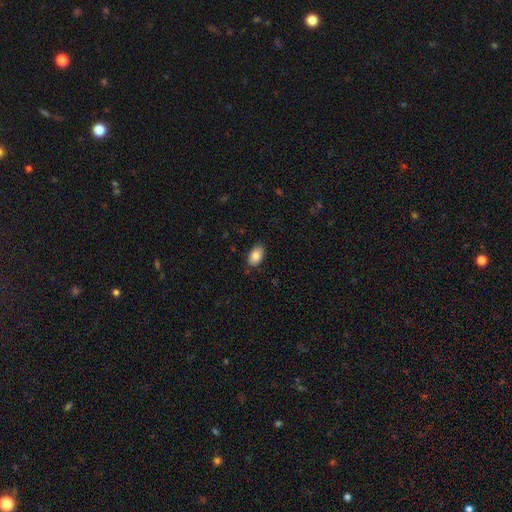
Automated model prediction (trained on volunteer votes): Smooth or featured: smooth — 84% (featured or disk — 9%)
How rounded: in between — 90% (round — 9%)
Merging: none — 86% (minor disturbance — 11%)